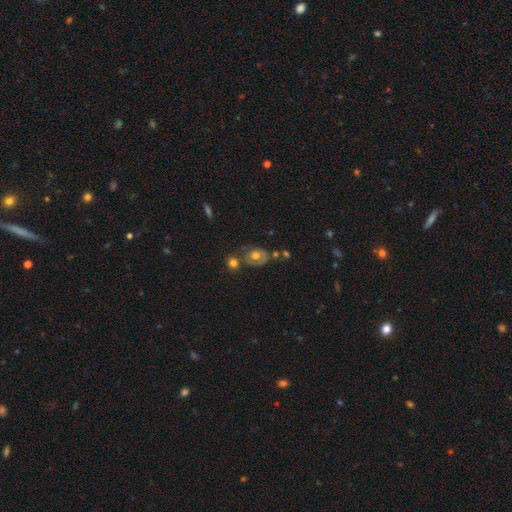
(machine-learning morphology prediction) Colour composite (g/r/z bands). It shows a featured or disk galaxy (41%). Merging: none (61%).